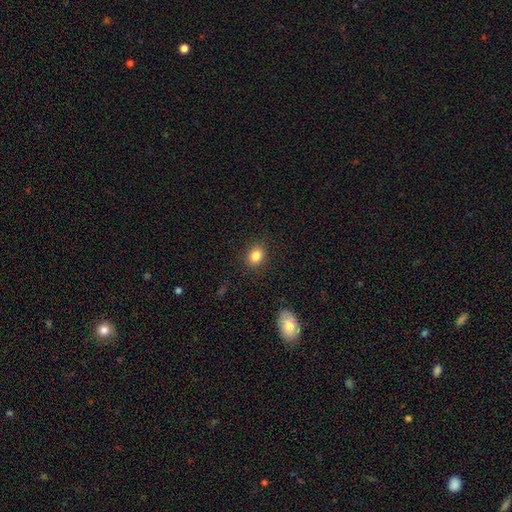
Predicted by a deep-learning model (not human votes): Overall: smooth (84%). How rounded: round (56%; in between 43%). Merging: none (87%).